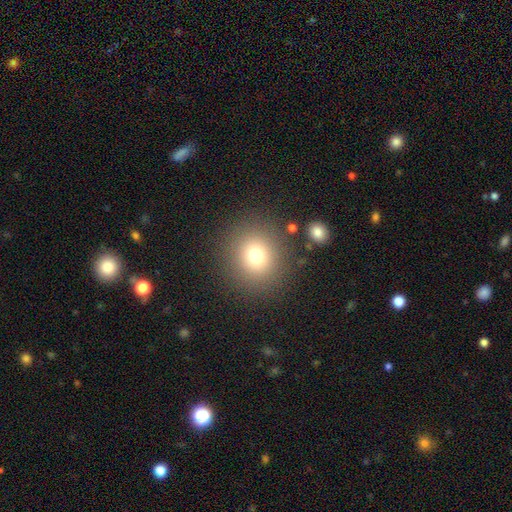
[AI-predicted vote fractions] Q: Smooth or featured?
A: smooth (74%); runner-up: star or artifact (16%)
Q: How rounded?
A: round (88%); runner-up: in between (11%)
Q: Merging?
A: none (86%); runner-up: minor disturbance (7%)